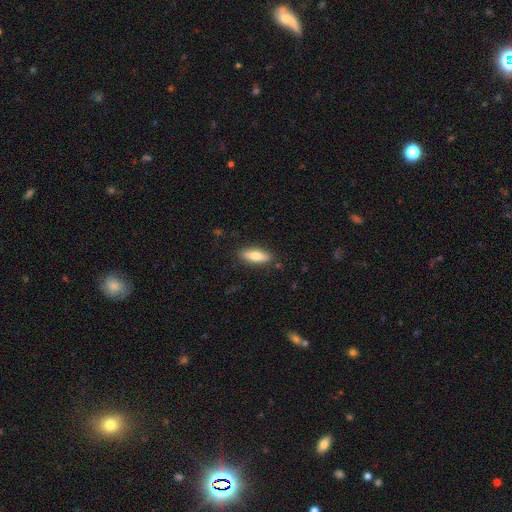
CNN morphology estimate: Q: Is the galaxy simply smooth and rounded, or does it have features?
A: smooth — 73%.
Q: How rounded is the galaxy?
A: in between — 58%.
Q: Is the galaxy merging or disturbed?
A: none — 87%.